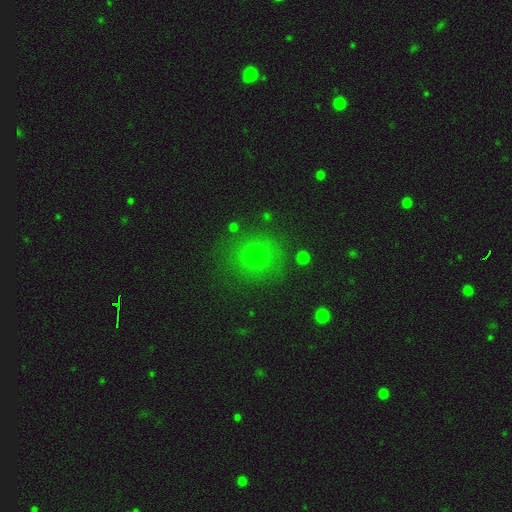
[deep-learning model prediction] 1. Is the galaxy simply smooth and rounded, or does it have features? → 70% smooth, 20% star or artifact, 10% featured or disk.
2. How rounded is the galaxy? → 90% round, 9% in between, 1% cigar-shaped.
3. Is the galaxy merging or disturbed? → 84% none, 9% minor disturbance, 4% major disturbance, 2% merger.